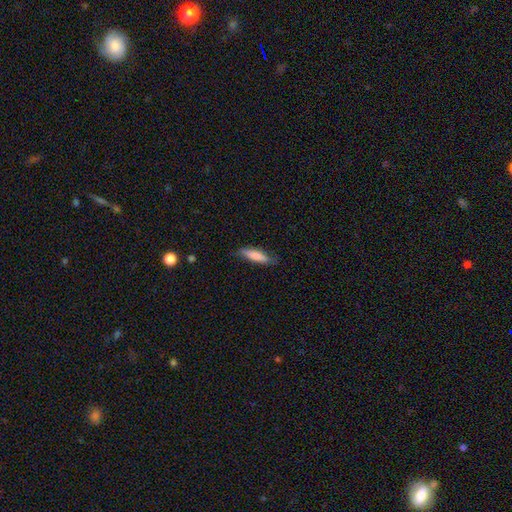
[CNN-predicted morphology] smooth_or_featured: smooth (p=0.79) [alt: featured or disk p=0.16]
how_rounded: cigar-shaped (p=0.70) [alt: in between p=0.28]
merging: none (p=0.78) [alt: minor disturbance p=0.18]